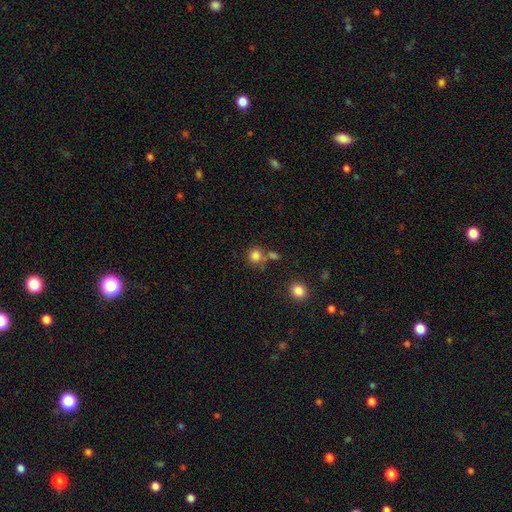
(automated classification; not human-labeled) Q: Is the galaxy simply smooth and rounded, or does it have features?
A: smooth — 82%.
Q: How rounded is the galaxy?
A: round — 87%.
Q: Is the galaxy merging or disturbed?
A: none — 61%.